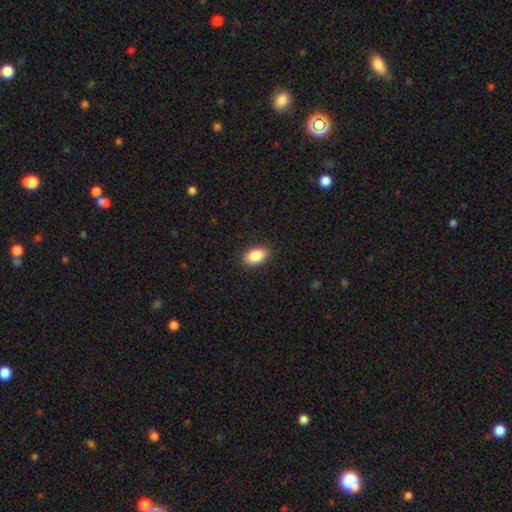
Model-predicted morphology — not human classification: This is clearly a smooth galaxy (88%). How rounded: clearly in between (92%). Merging: clearly none (89%).